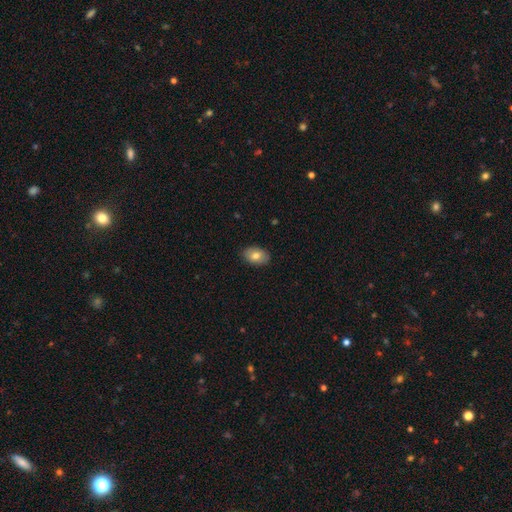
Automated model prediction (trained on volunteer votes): The model was most divided on "smooth or featured": smooth: 78%, featured or disk: 15%, star or artifact: 7%. More confident: how rounded — in between (88%); merging — none (88%).